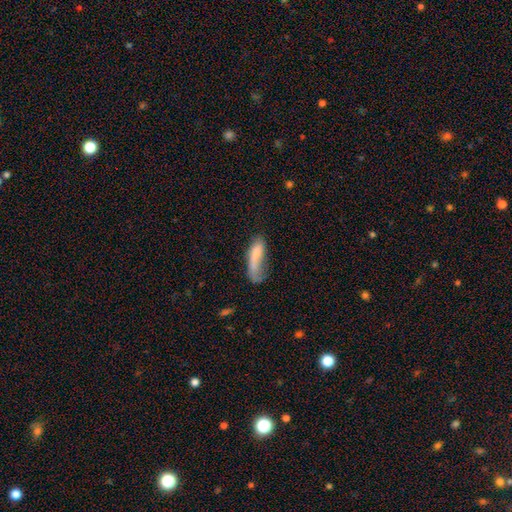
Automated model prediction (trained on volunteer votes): A smooth galaxy with no disk features (70%) that is in between round and cigar-shaped (54%).

Vote fractions:
- Smooth or featured? smooth: 70% / featured or disk: 22% / star or artifact: 8%
- How rounded? in between: 54% / cigar-shaped: 44% / round: 2%
- Merging? major disturbance: 37% / none: 29% / minor disturbance: 25% / merger: 9%